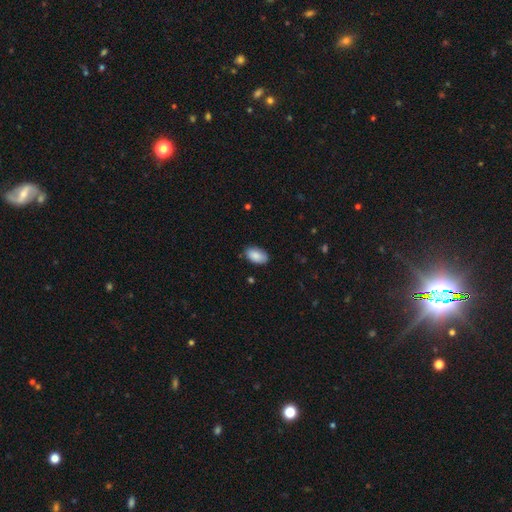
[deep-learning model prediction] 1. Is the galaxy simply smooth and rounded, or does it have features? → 88% smooth, 7% star or artifact, 6% featured or disk.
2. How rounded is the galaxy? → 94% in between, 4% round, 2% cigar-shaped.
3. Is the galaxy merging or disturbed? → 81% none, 15% minor disturbance, 2% major disturbance, 1% merger.